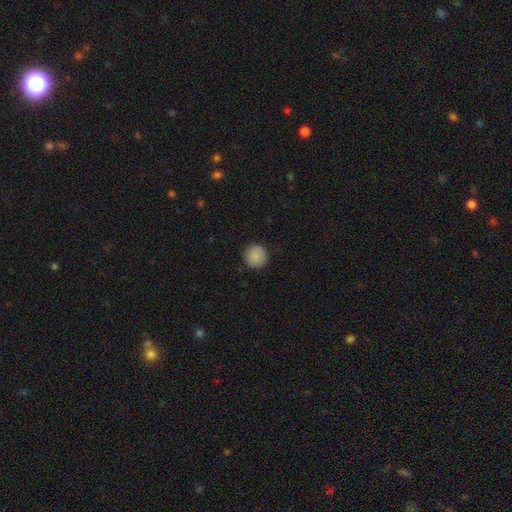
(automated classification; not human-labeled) The model was most divided on "smooth or featured": smooth: 88%, star or artifact: 8%, featured or disk: 4%. More confident: how rounded — round (95%); merging — none (91%).